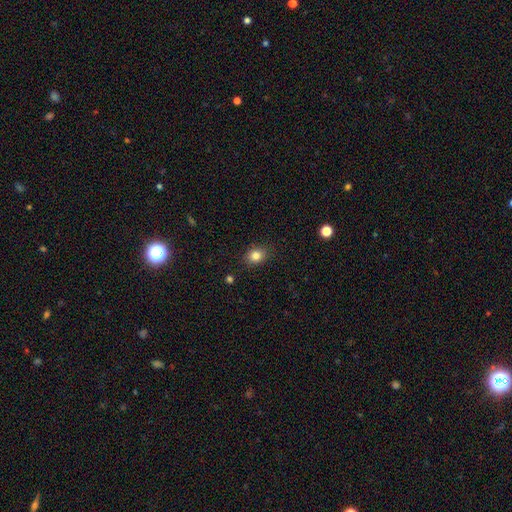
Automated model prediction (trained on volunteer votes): Morphology: type=smooth (83%); roundness=round (55%); merging=none (87%).